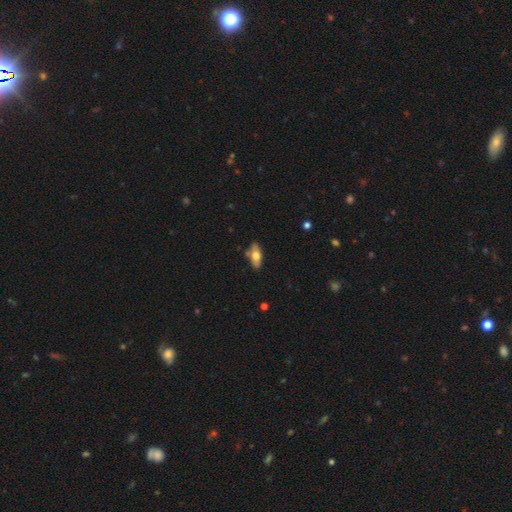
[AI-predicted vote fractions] Smooth or featured? smooth (64%)
How rounded? in between (83%)
Merging? none (75%)